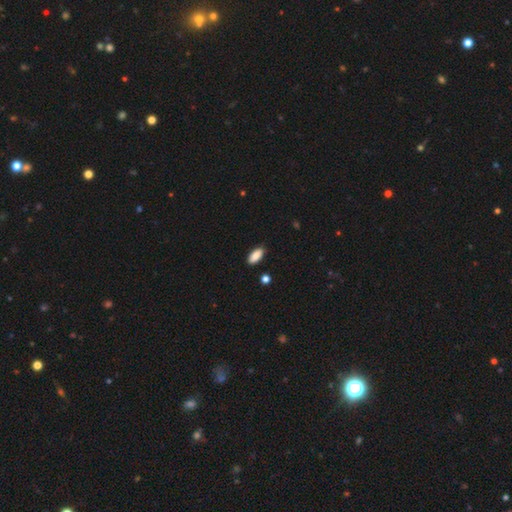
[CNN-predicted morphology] The model was most divided on "merging": none: 87%, minor disturbance: 10%, major disturbance: 2%, merger: 2%. More confident: smooth or featured — smooth (89%); how rounded — in between (87%).